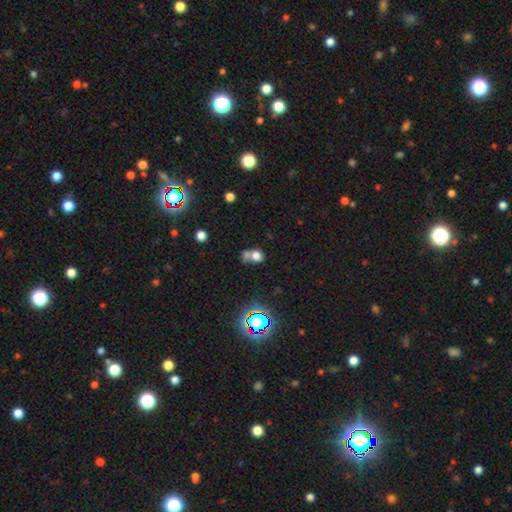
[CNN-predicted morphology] Overall: smooth (70%). How rounded: round (60%; in between 38%). Merging: merger (52%; none 32%).